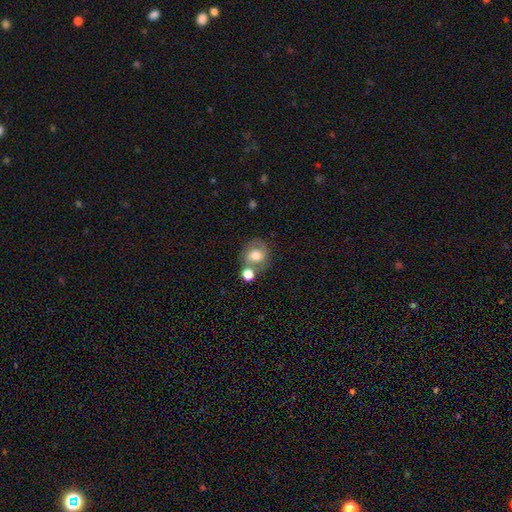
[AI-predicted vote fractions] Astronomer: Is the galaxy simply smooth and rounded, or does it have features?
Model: smooth — 60%.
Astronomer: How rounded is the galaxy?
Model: round — 72%.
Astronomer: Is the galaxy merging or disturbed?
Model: none — 49% (runner-up: merger, 29%).